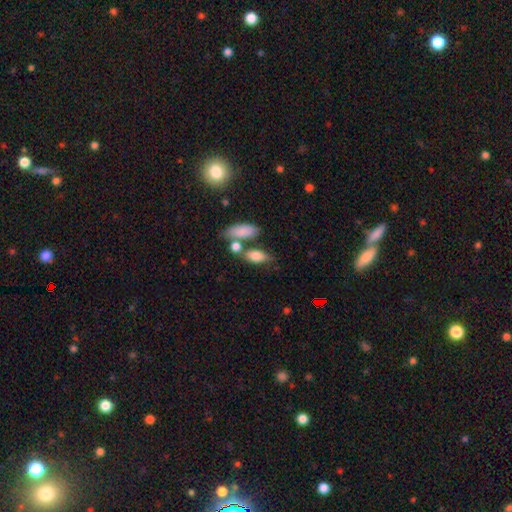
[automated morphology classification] The model was most divided on "merging": none: 52%, merger: 28%, minor disturbance: 14%, major disturbance: 6%. More confident: how rounded — in between (83%); smooth or featured — smooth (80%).